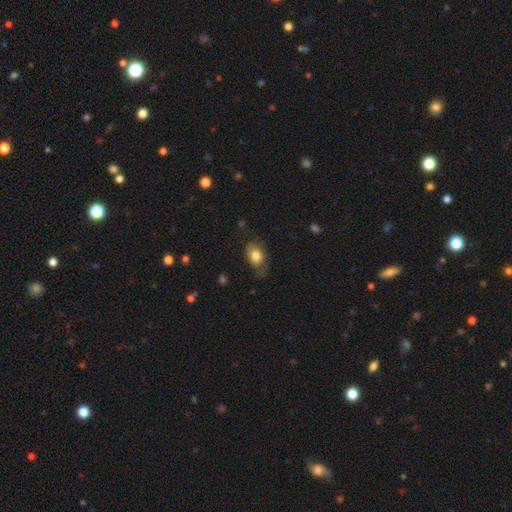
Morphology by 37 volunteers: Q: Smooth or featured?
A: smooth (78%); runner-up: featured or disk (16%)
Q: How rounded?
A: in between (72%); runner-up: round (28%)
Q: Merging?
A: none (54%); runner-up: minor disturbance (37%)